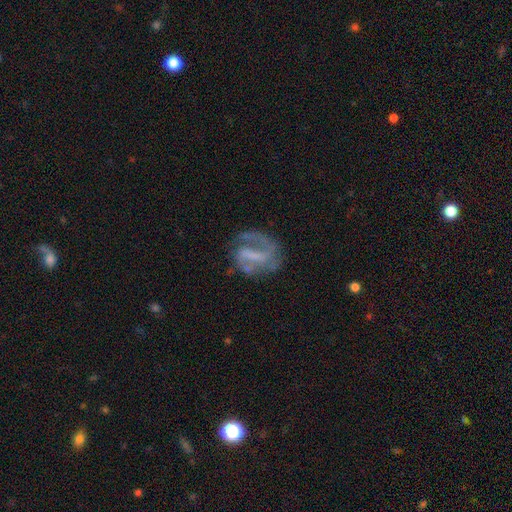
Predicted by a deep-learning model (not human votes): Smooth or featured? Predicted: featured or disk (p=0.76). Edge-on disk? Predicted: no (p=0.96). Bar? Predicted: strong (p=0.54). Spiral arms? Predicted: yes (p=0.82). Spiral winding? Predicted: medium (p=0.44). Spiral arm count? Predicted: 2 (p=0.62). Bulge size? Predicted: none (p=0.55). Merging? Predicted: none (p=0.58).